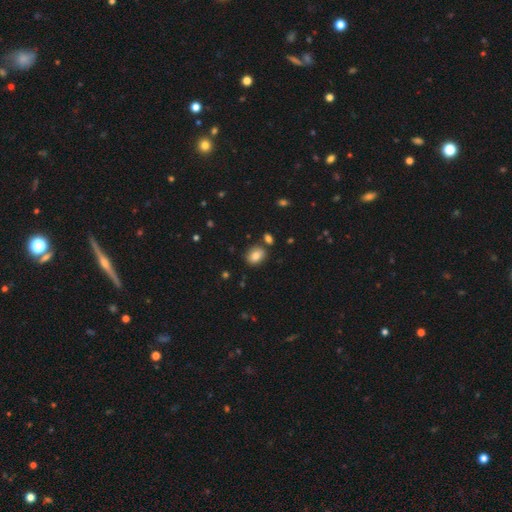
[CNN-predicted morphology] The model was most divided on "how rounded": in between: 60%, round: 39%, cigar-shaped: 1%. More confident: smooth or featured — smooth (81%); merging — none (80%).